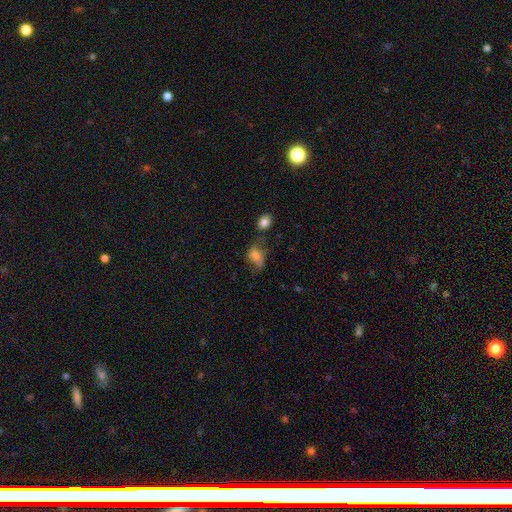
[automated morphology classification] smooth_or_featured: smooth (p=0.64) [alt: featured or disk p=0.24]
how_rounded: in between (p=0.63) [alt: round p=0.35]
merging: none (p=0.40) [alt: minor disturbance p=0.30]